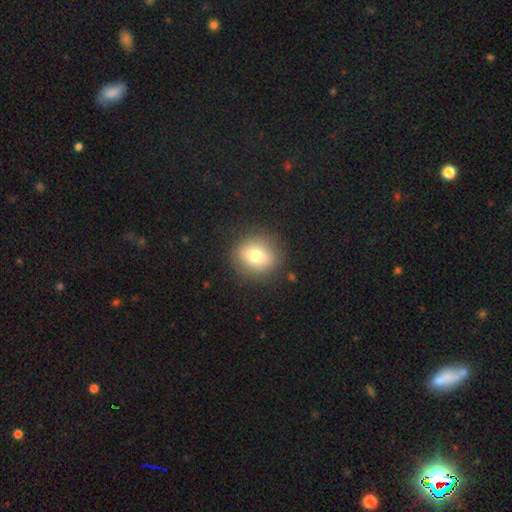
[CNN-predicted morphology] type=smooth (74%); roundness=round (82%); merging=none (86%).